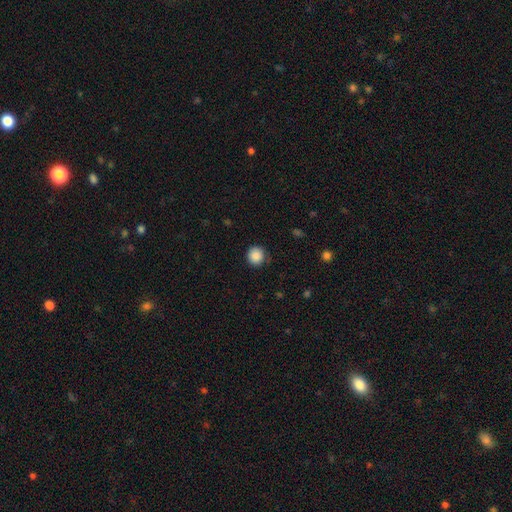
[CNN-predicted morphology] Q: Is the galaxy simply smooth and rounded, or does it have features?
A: smooth — 88%.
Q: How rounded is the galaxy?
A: round — 93%.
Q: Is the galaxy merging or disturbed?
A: none — 85%.